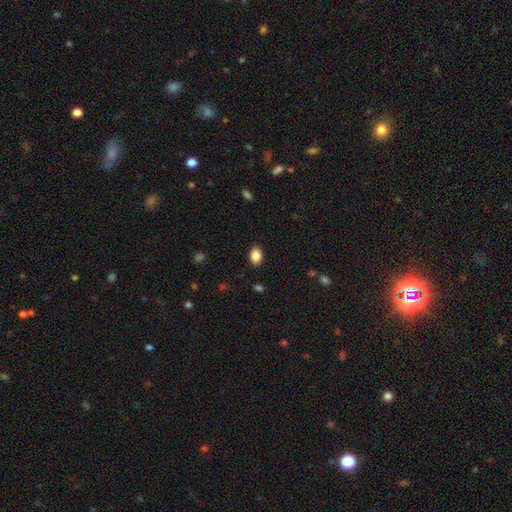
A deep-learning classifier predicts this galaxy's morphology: type=smooth (86%); roundness=in between (88%); merging=none (87%).